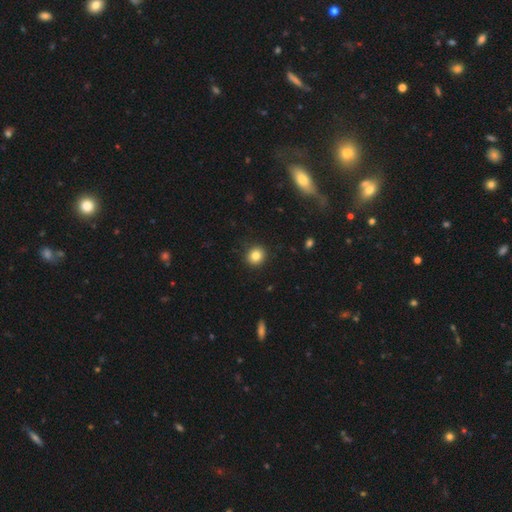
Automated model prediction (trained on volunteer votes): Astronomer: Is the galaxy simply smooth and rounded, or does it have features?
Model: smooth — 83%.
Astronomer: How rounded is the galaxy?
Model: round — 87%.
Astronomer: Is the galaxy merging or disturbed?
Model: none — 91%.